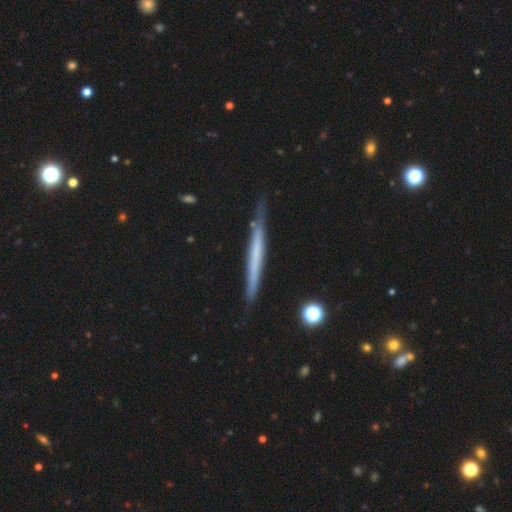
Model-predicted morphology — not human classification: Overall: featured or disk (53%; smooth 40%). Edge-on disk: yes (95%). Edge-on bulge: none (89%). Merging: none (82%).